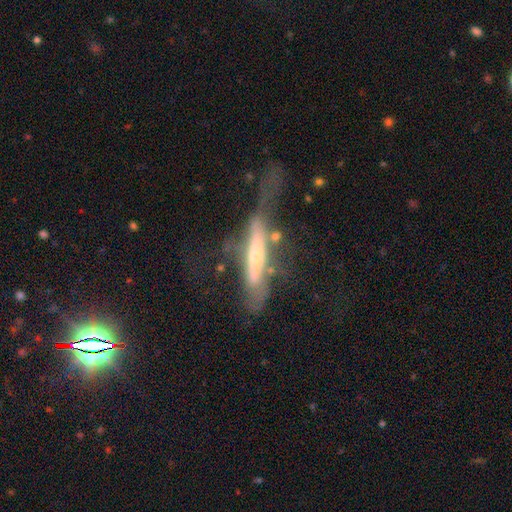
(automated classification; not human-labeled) smooth_or_featured: featured or disk (p=0.67) [alt: smooth p=0.26]
disk_edge_on: yes (p=0.74) [alt: no p=0.26]
merging: major disturbance (p=0.40) [alt: none p=0.29]